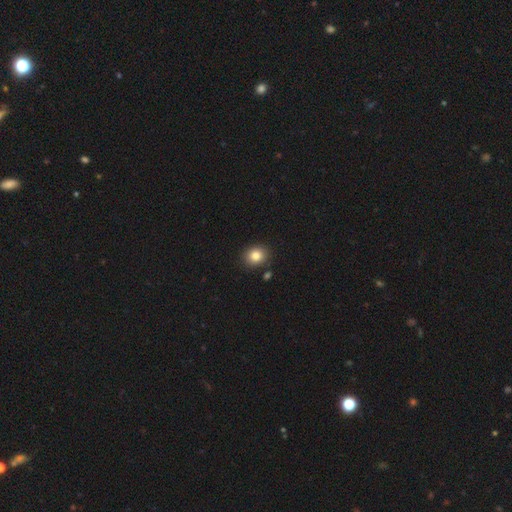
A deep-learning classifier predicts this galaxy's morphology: Smooth or featured? Predicted: smooth (p=0.83). How rounded? Predicted: round (p=0.66). Merging? Predicted: none (p=0.87).